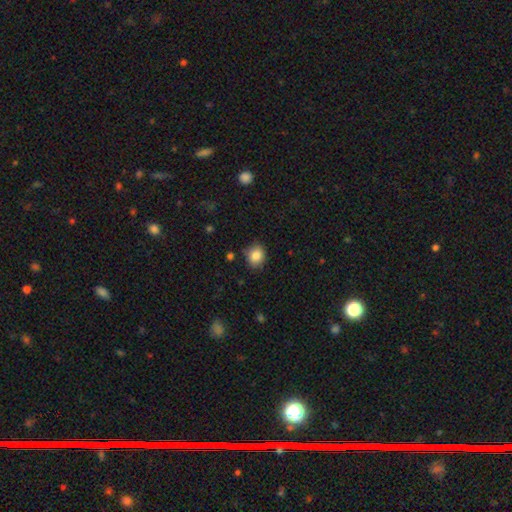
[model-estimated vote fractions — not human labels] Q: Smooth or featured?
A: smooth (84%); runner-up: star or artifact (10%)
Q: How rounded?
A: round (63%); runner-up: in between (36%)
Q: Merging?
A: none (81%); runner-up: minor disturbance (14%)